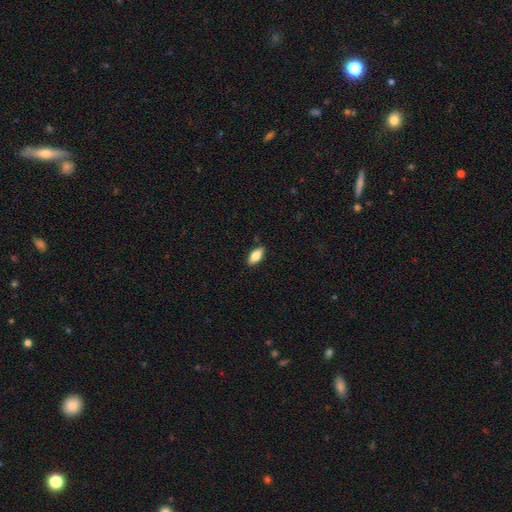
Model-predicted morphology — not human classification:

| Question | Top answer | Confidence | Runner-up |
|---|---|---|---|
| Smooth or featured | smooth | 81% | featured or disk (13%) |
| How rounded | in between | 87% | cigar-shaped (11%) |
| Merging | none | 88% | minor disturbance (9%) |